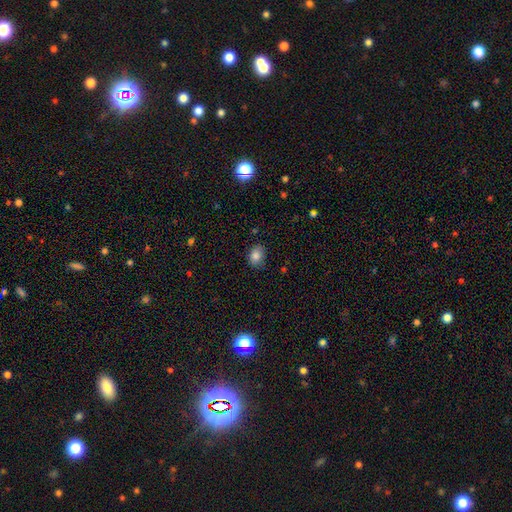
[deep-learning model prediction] The model was most divided on "how rounded": in between: 67%, round: 32%, cigar-shaped: 1%. More confident: smooth or featured — smooth (84%); merging — none (79%).